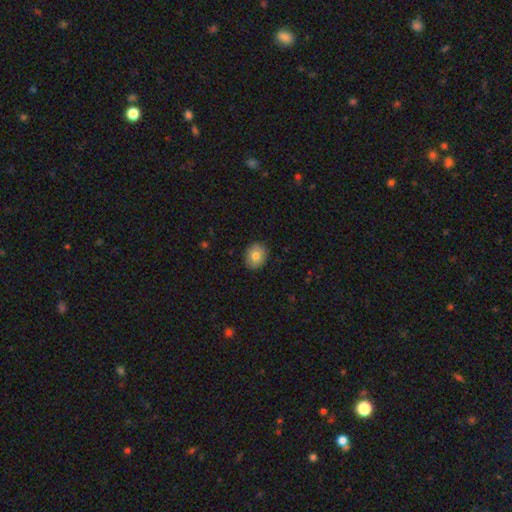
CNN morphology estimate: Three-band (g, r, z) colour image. It shows a smooth galaxy with no disk features (81%) that is round (62%). Merging: none (90%).